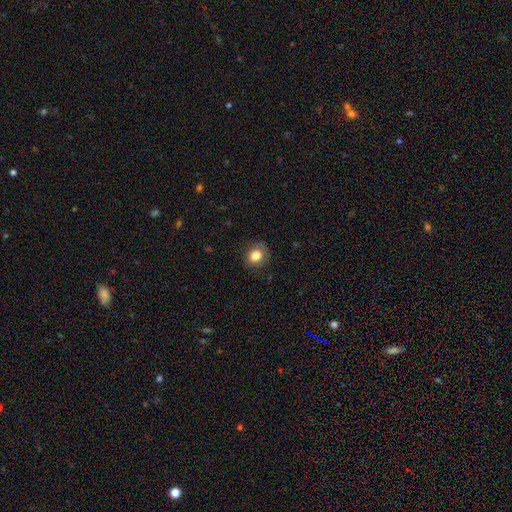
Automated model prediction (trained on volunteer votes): Smooth or featured? Predicted: smooth (p=0.82). How rounded? Predicted: round (p=0.71). Merging? Predicted: none (p=0.80).